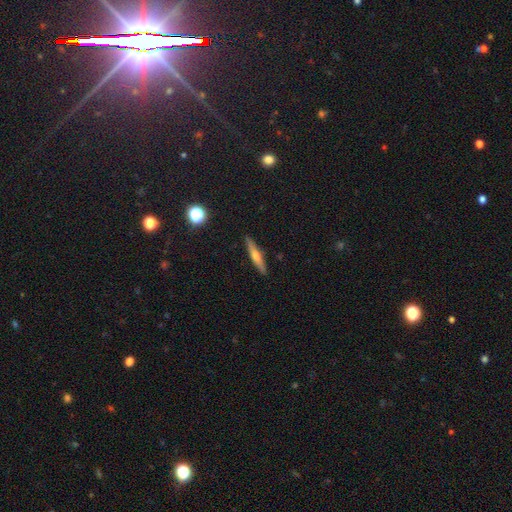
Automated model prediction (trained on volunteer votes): Smooth or featured? Predicted: featured or disk (p=0.51). Edge-on disk? Predicted: yes (p=0.94). Merging? Predicted: none (p=0.90).